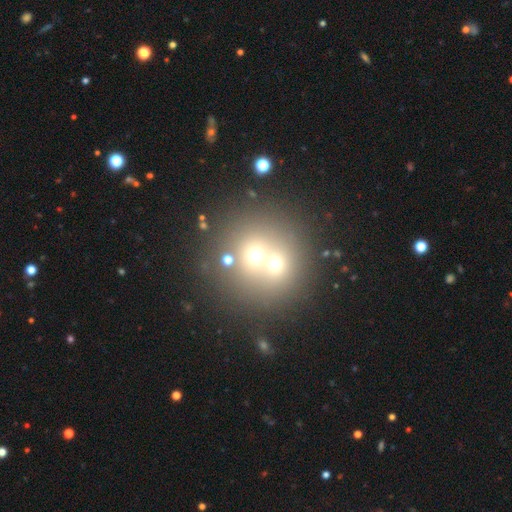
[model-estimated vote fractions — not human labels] Q: Smooth or featured?
A: smooth (54%); runner-up: featured or disk (24%)
Q: How rounded?
A: round (89%); runner-up: in between (10%)
Q: Merging?
A: merger (54%); runner-up: none (37%)